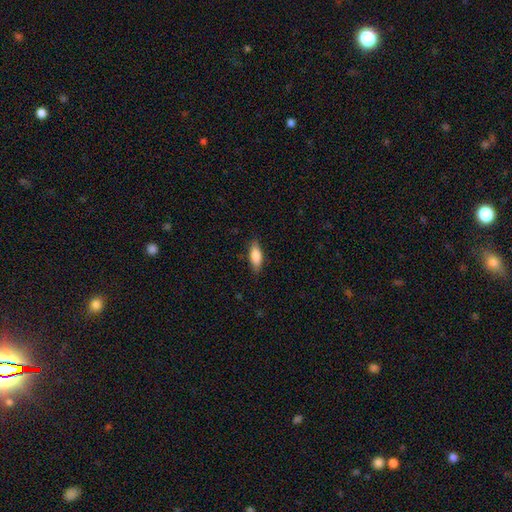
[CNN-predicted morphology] Overall: smooth (83%). How rounded: in between (71%). Merging: none (82%).